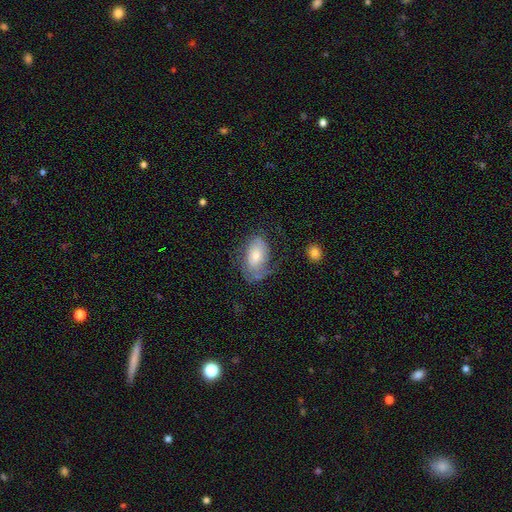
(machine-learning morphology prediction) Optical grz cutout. It shows a featured or disk galaxy (46%). Merging: none (51%).